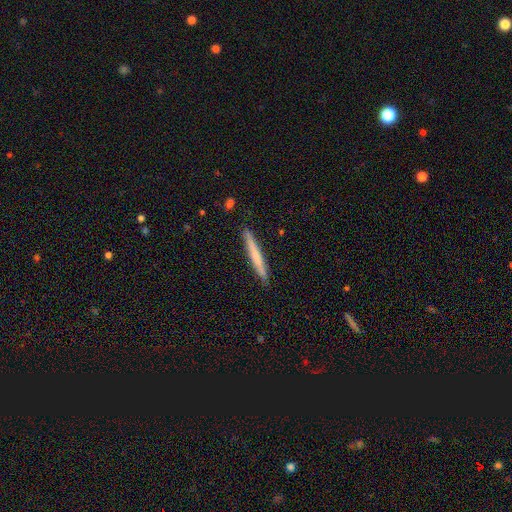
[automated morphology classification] This appears to be a smooth galaxy with no disk features (61%) that is cigar-shaped (97%). Merging: none (91%).